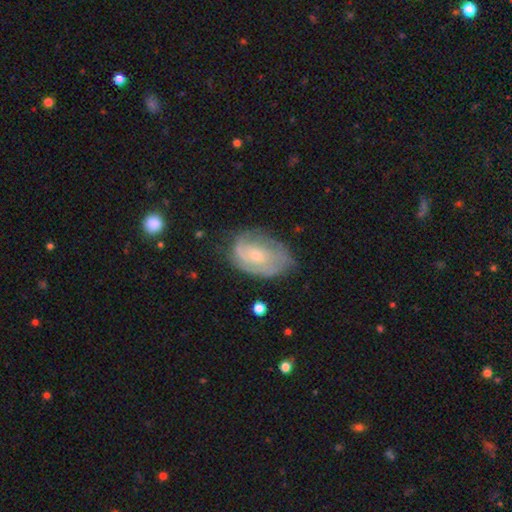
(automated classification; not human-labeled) smooth_or_featured: featured or disk (p=0.67) [alt: smooth p=0.26]
disk_edge_on: no (p=0.96) [alt: yes p=0.04]
bar: no (p=0.68) [alt: weak p=0.27]
has_spiral_arms: yes (p=0.82) [alt: no p=0.18]
spiral_winding: tight (p=0.49) [alt: medium p=0.35]
spiral_arm_count: can't tell (p=0.42) [alt: 2 p=0.31]
bulge_size: small (p=0.66) [alt: moderate p=0.30]
merging: none (p=0.58) [alt: minor disturbance p=0.27]